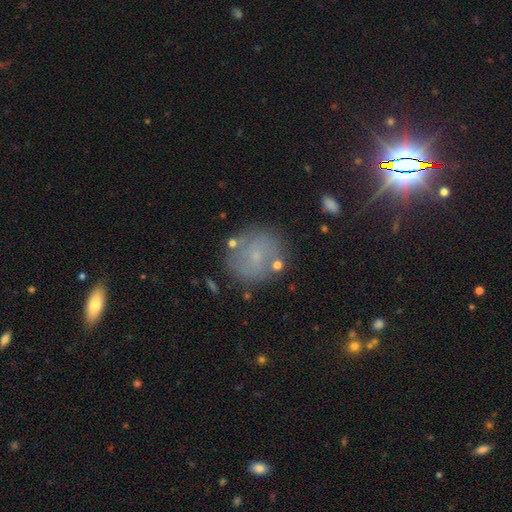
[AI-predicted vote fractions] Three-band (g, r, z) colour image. It shows a smooth galaxy with no disk features (55%) that is round (87%). Merging: none (79%).